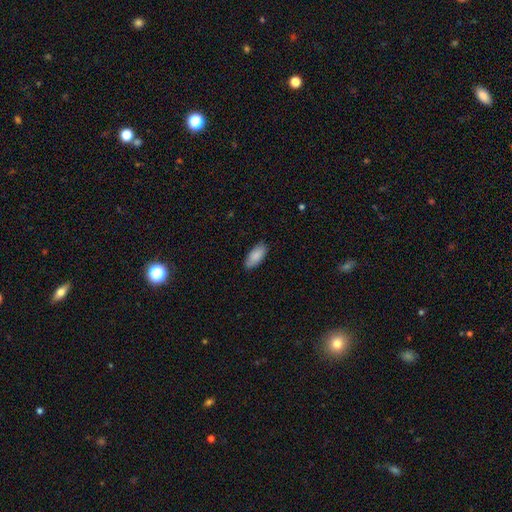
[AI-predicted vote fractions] Morphology: type=smooth (87%); roundness=in between (89%); merging=none (81%).